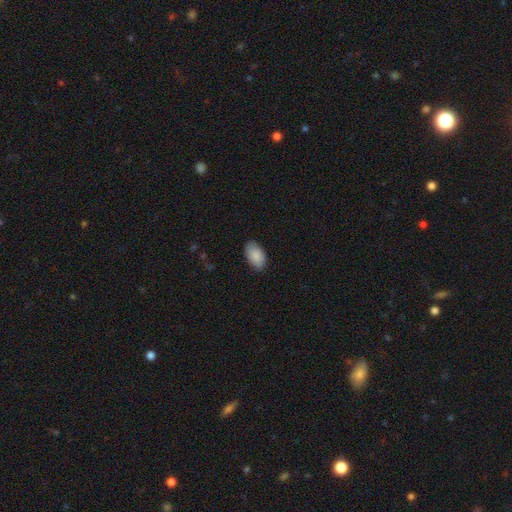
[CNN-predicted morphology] A smooth galaxy with no disk features (89%) that is in between round and cigar-shaped (93%). Merging: none (84%).